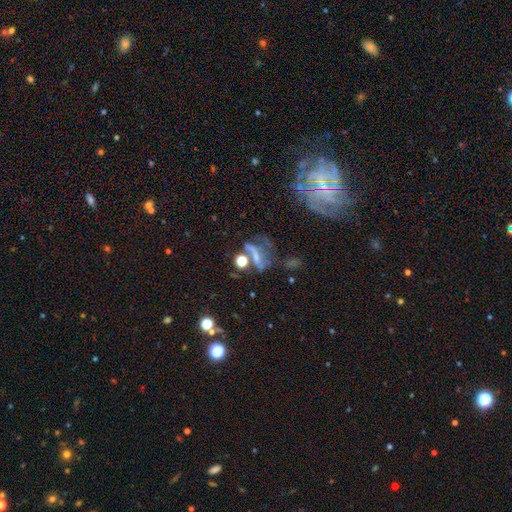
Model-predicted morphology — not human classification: Smooth or featured? featured or disk (38%)
Merging? major disturbance (34%)